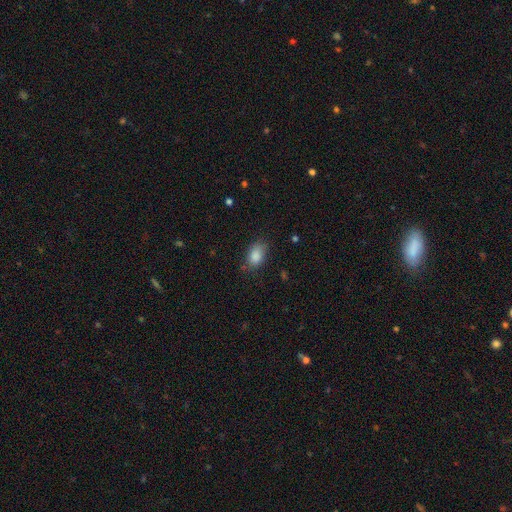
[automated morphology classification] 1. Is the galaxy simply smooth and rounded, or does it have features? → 87% smooth, 8% star or artifact, 5% featured or disk.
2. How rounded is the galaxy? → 84% in between, 15% round, 2% cigar-shaped.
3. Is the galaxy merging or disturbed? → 71% none, 22% minor disturbance, 5% major disturbance, 2% merger.